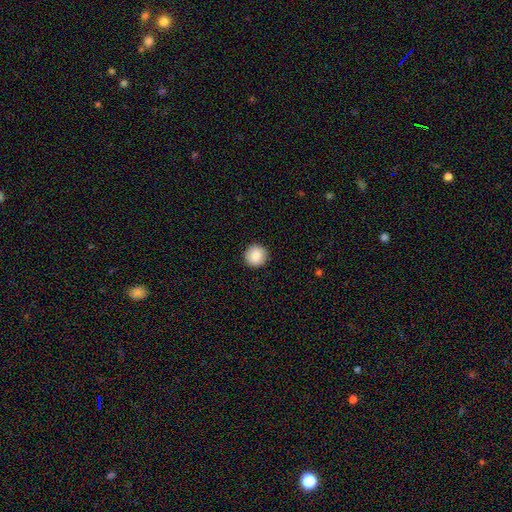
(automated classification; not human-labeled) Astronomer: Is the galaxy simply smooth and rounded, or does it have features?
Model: smooth — 87%.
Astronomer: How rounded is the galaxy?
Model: round — 95%.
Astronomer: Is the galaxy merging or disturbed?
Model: none — 92%.